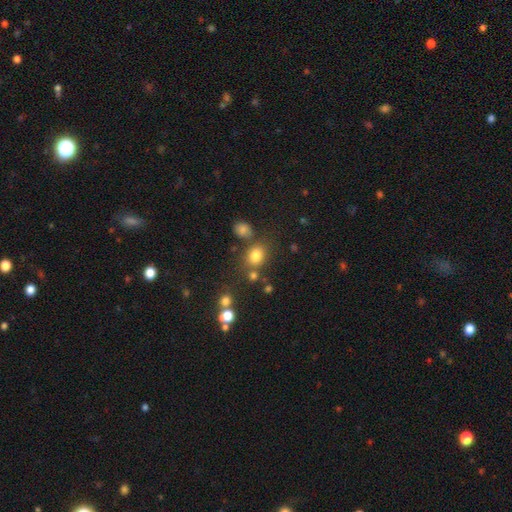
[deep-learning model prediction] Q: Smooth or featured?
A: smooth (78%); runner-up: star or artifact (15%)
Q: How rounded?
A: round (53%); runner-up: in between (45%)
Q: Merging?
A: none (68%); runner-up: merger (13%)